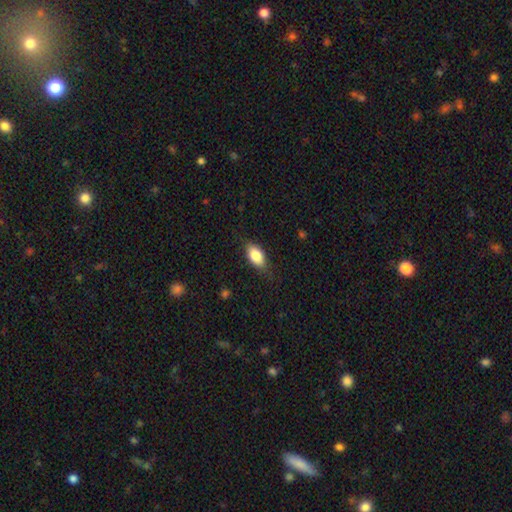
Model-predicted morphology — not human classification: The model was most divided on "merging": none: 76%, minor disturbance: 19%, major disturbance: 5%, merger: 1%. More confident: how rounded — in between (88%); smooth or featured — smooth (82%).